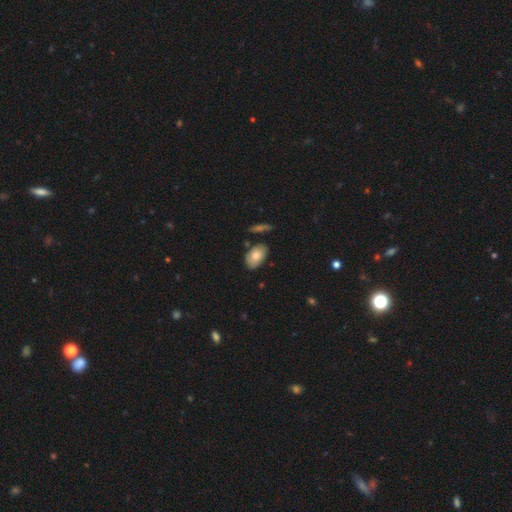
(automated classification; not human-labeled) Q: Smooth or featured?
A: smooth (72%); runner-up: featured or disk (21%)
Q: How rounded?
A: in between (89%); runner-up: round (9%)
Q: Merging?
A: none (72%); runner-up: minor disturbance (19%)